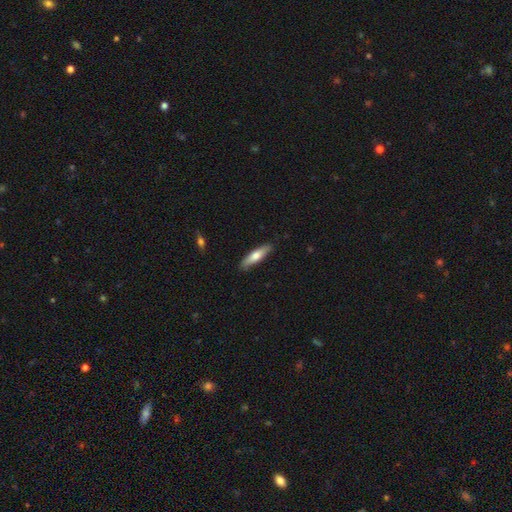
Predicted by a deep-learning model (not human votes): The model was most divided on "smooth or featured": smooth: 65%, featured or disk: 30%, star or artifact: 5%. More confident: merging — none (88%); how rounded — cigar-shaped (72%).